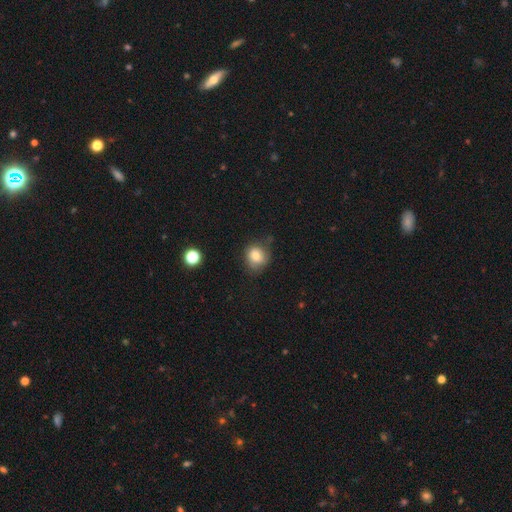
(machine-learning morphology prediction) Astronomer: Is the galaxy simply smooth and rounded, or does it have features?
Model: smooth — 76%.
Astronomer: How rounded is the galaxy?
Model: round — 75%.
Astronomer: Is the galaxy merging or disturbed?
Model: none — 63%.